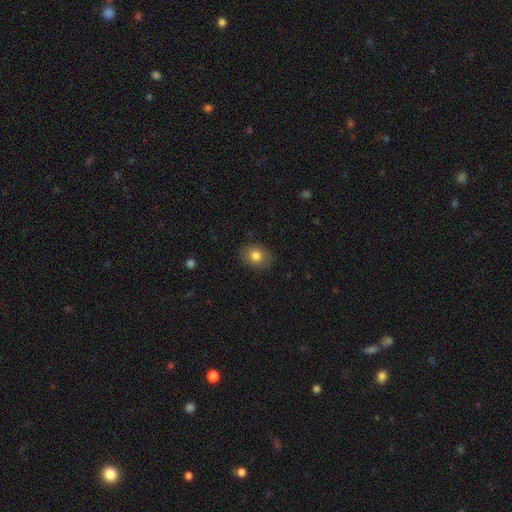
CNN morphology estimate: type=smooth (80%); roundness=in between (54%); merging=none (87%).